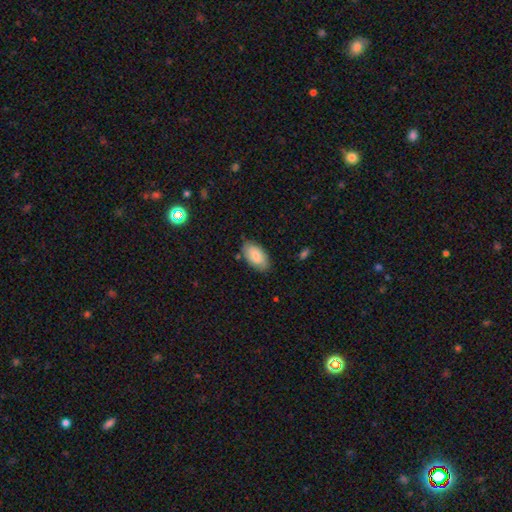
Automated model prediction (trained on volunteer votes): smooth_or_featured: smooth (p=0.76) [alt: featured or disk p=0.17]
how_rounded: in between (p=0.95) [alt: round p=0.03]
merging: none (p=0.78) [alt: minor disturbance p=0.16]